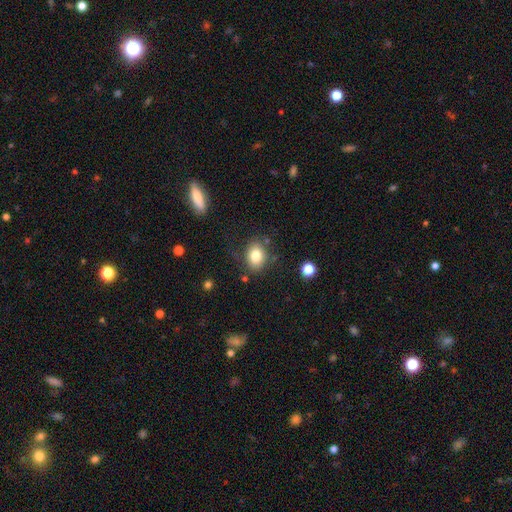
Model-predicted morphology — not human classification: This is clearly a smooth galaxy (81%). How rounded: likely in between (66%). Merging: likely none (76%).